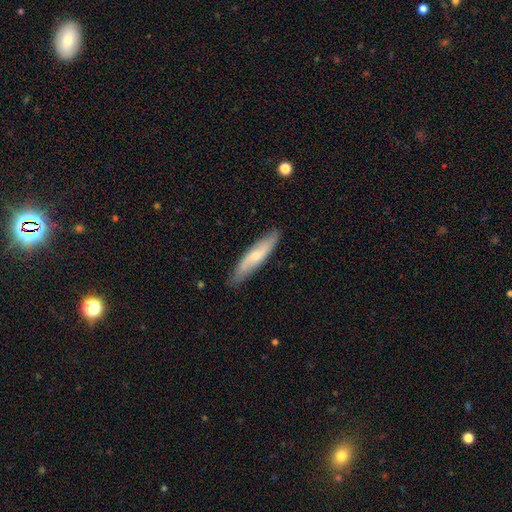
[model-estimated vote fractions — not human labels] Smooth or featured: smooth — 52% (featured or disk — 42%)
How rounded: cigar-shaped — 80% (in between — 18%)
Merging: none — 86% (minor disturbance — 11%)